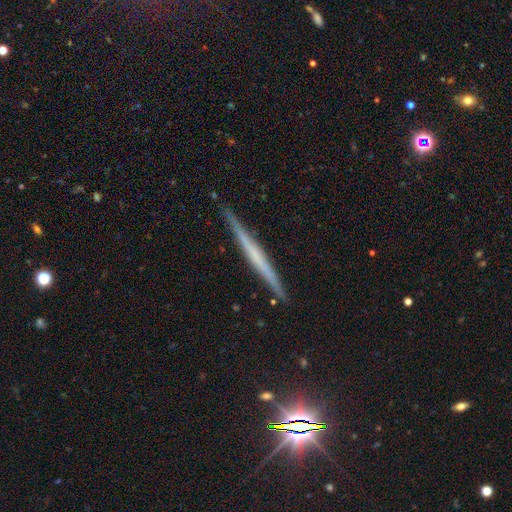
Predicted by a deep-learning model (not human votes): Smooth or featured: featured or disk — 62% (smooth — 30%)
Edge-on disk: yes — 98% (no — 2%)
Edge-on bulge: none — 75% (rounded — 16%)
Merging: none — 90% (minor disturbance — 7%)